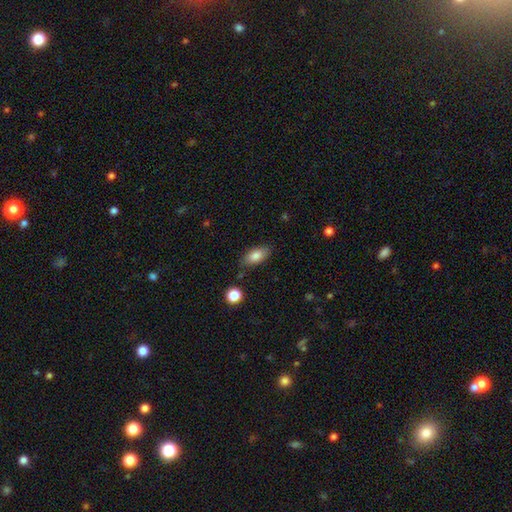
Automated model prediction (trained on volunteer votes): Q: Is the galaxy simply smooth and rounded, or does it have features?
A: smooth — 83%.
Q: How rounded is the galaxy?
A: in between — 88%.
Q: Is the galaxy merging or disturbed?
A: none — 80%.